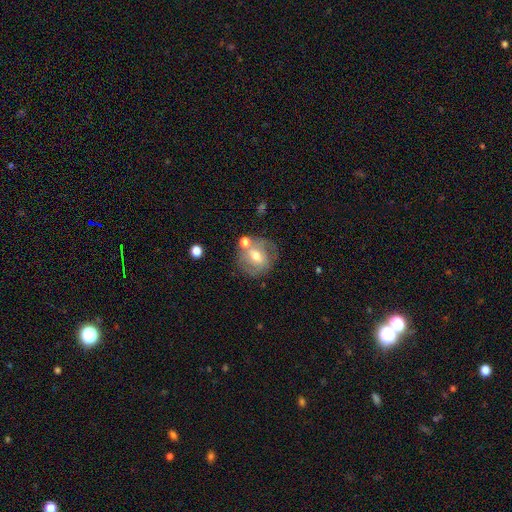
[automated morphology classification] Smooth or featured? Predicted: featured or disk (p=0.47). Merging? Predicted: none (p=0.62).